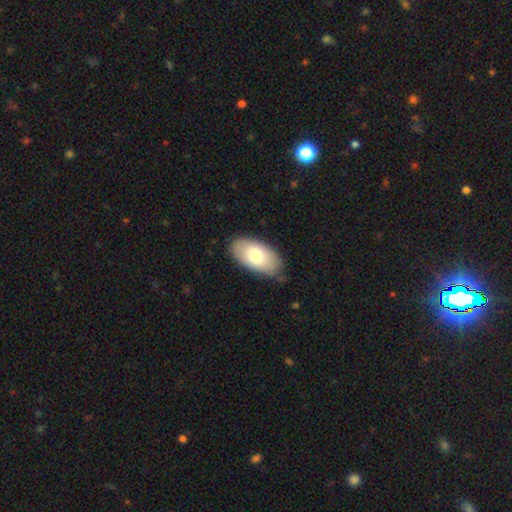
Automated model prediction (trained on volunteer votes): Q: Smooth or featured?
A: smooth (76%); runner-up: featured or disk (18%)
Q: How rounded?
A: in between (95%); runner-up: round (3%)
Q: Merging?
A: none (83%); runner-up: minor disturbance (14%)